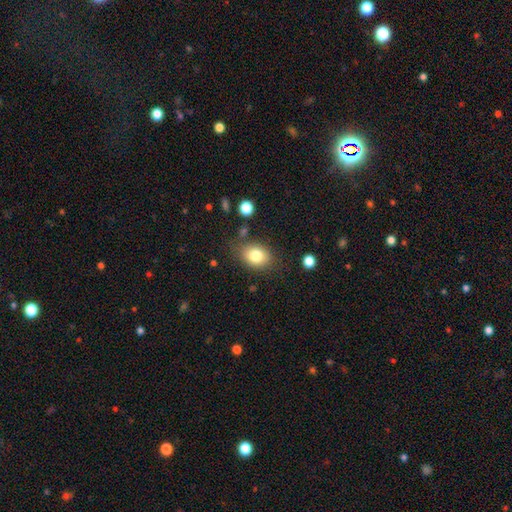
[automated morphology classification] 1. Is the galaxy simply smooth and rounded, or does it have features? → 81% smooth, 10% featured or disk, 9% star or artifact.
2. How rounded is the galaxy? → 69% in between, 30% round, 1% cigar-shaped.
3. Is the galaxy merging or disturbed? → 76% none, 16% minor disturbance, 5% major disturbance, 4% merger.